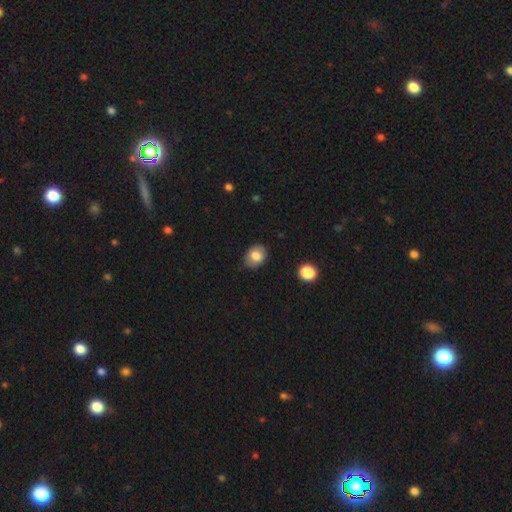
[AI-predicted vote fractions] This is likely a smooth galaxy (80%). How rounded: likely in between (60%). Merging: clearly none (82%).